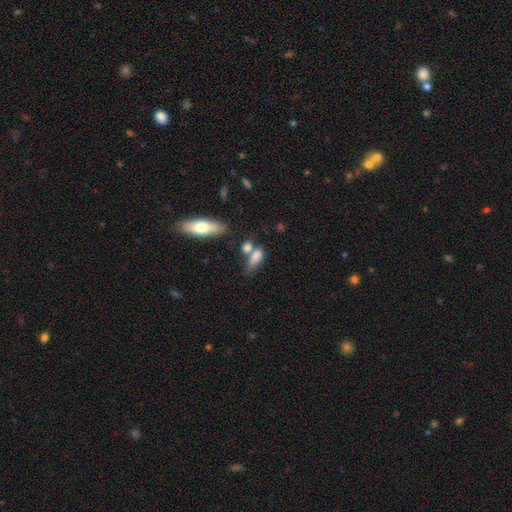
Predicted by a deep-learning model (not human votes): Smooth or featured: smooth — 78% (featured or disk — 13%)
How rounded: in between — 70% (cigar-shaped — 19%)
Merging: merger — 41% (none — 32%)